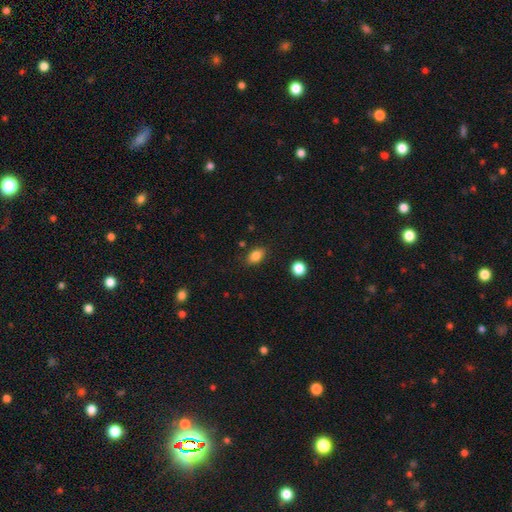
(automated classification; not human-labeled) smooth_or_featured: smooth (p=0.84) [alt: star or artifact p=0.10]
how_rounded: in between (p=0.83) [alt: round p=0.15]
merging: none (p=0.83) [alt: minor disturbance p=0.11]